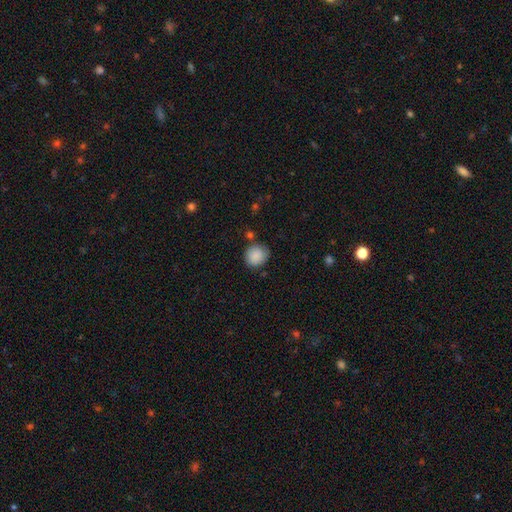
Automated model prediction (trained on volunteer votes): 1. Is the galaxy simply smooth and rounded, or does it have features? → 88% smooth, 7% star or artifact, 5% featured or disk.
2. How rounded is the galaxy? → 84% round, 15% in between, 1% cigar-shaped.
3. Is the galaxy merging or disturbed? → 75% none, 16% minor disturbance, 5% merger, 4% major disturbance.